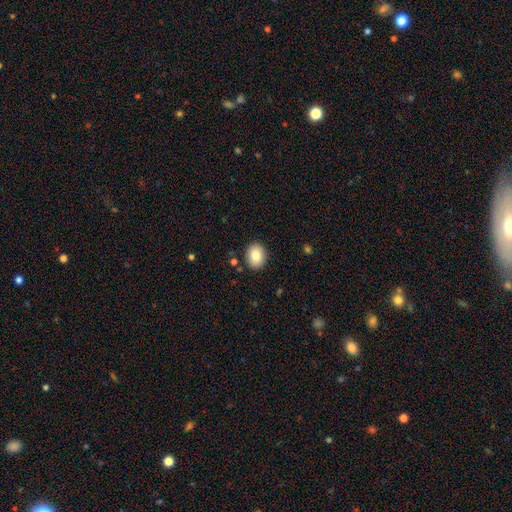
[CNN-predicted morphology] Smooth or featured? smooth (84%)
How rounded? in between (53%)
Merging? none (89%)